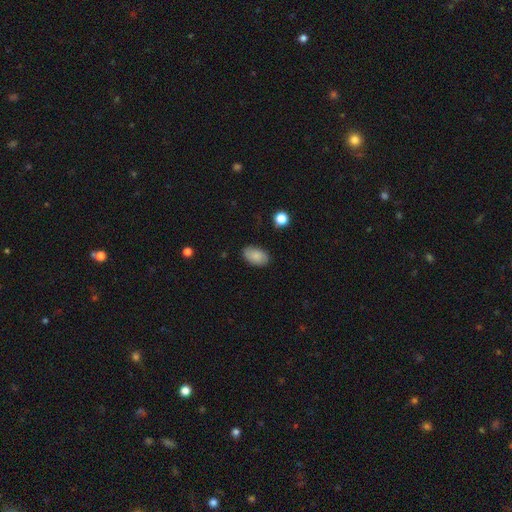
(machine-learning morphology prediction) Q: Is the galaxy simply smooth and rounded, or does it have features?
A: smooth — 82%.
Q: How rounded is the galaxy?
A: in between — 91%.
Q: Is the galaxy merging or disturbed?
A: none — 83%.